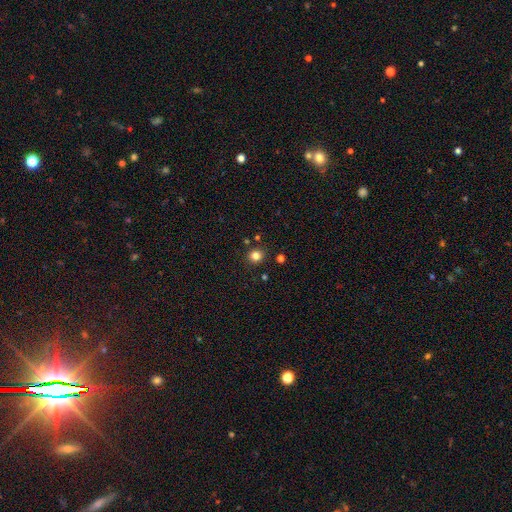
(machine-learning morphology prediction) A smooth galaxy with no disk features (81%) that is round (84%).

Vote fractions:
- Smooth or featured? smooth: 81% / star or artifact: 14% / featured or disk: 5%
- How rounded? round: 84% / in between: 15% / cigar-shaped: 1%
- Merging? none: 87% / minor disturbance: 7% / merger: 3% / major disturbance: 2%